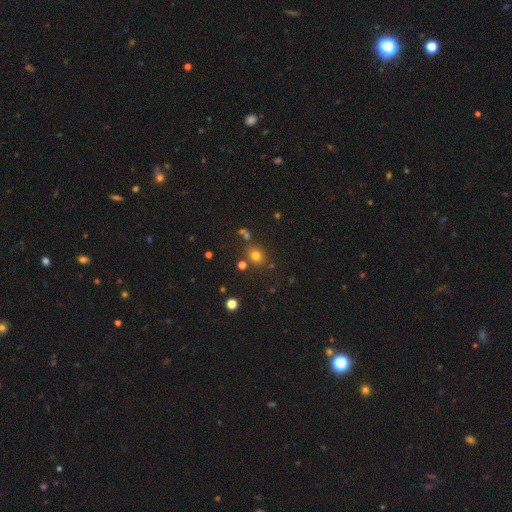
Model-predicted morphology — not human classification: Smooth or featured? smooth (73%)
How rounded? round (78%)
Merging? none (78%)